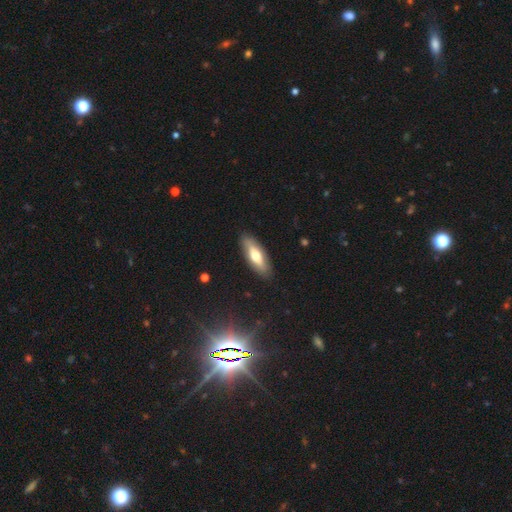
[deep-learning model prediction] This appears to be a smooth galaxy with no disk features (56%) that is in between round and cigar-shaped (57%). Merging: none (86%).